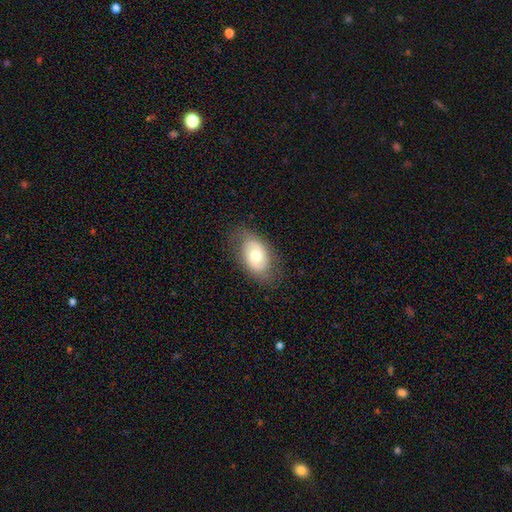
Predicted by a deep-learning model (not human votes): Smooth or featured?
  - smooth: 61% *
  - featured or disk: 32%
  - star or artifact: 7%
How rounded?
  - in between: 88% *
  - round: 10%
  - cigar-shaped: 1%
Merging?
  - none: 74% *
  - minor disturbance: 18%
  - major disturbance: 7%
  - merger: 1%